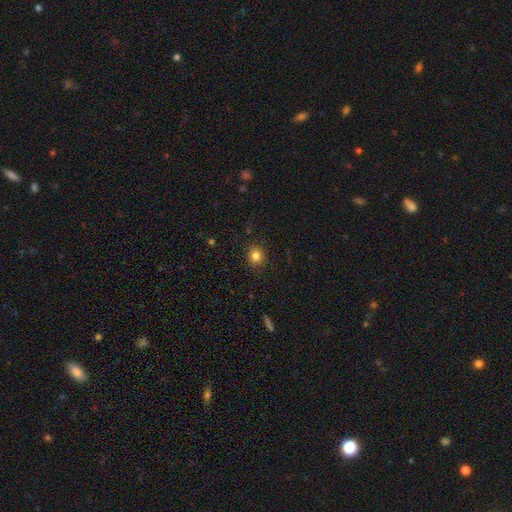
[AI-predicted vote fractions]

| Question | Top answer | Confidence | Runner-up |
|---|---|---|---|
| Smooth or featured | smooth | 83% | star or artifact (12%) |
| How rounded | round | 77% | in between (22%) |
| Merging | none | 89% | minor disturbance (8%) |